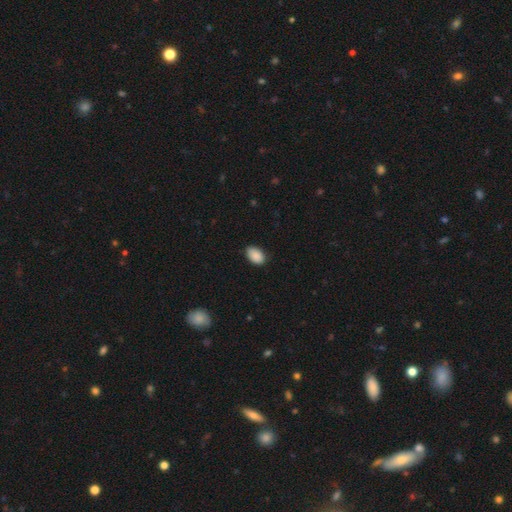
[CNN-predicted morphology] Q: Smooth or featured?
A: smooth (90%); runner-up: star or artifact (7%)
Q: How rounded?
A: in between (90%); runner-up: round (9%)
Q: Merging?
A: none (84%); runner-up: minor disturbance (13%)